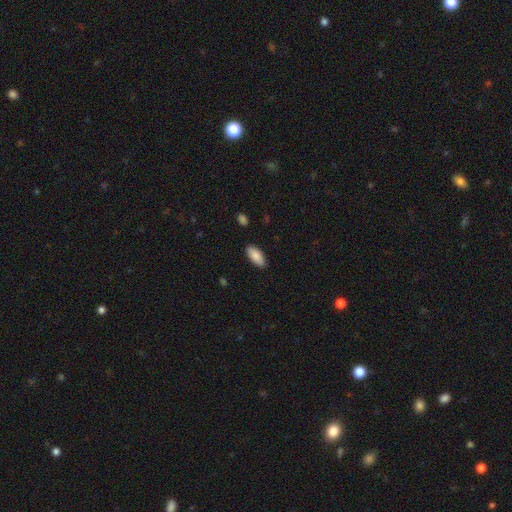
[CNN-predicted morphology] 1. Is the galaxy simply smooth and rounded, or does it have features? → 87% smooth, 7% featured or disk, 6% star or artifact.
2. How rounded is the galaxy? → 89% in between, 9% cigar-shaped, 2% round.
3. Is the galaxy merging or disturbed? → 87% none, 9% minor disturbance, 2% major disturbance, 1% merger.